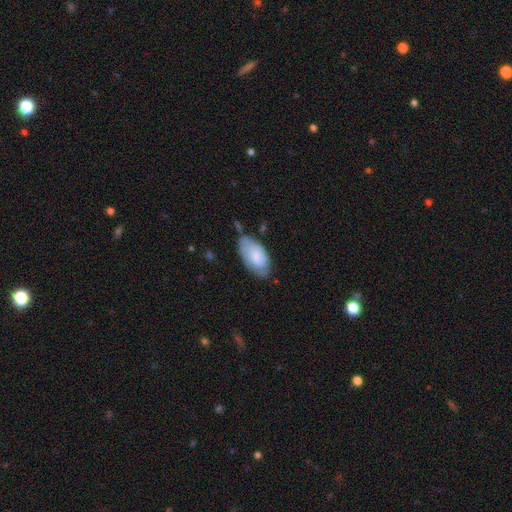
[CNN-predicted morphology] This is likely a smooth galaxy (71%). How rounded: clearly in between (94%). Merging: possibly none (57%).